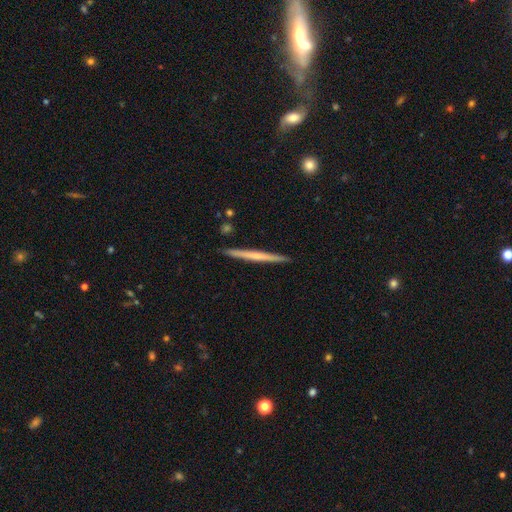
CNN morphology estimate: Smooth or featured? featured or disk (55%)
Edge-on disk? yes (98%)
Edge-on bulge? none (74%)
Merging? none (92%)